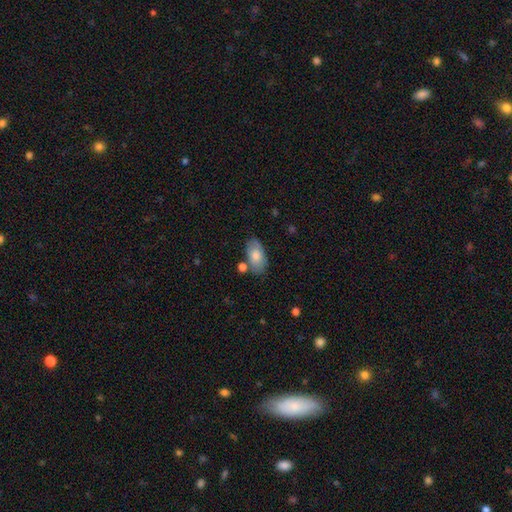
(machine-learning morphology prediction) Smooth or featured?
  - smooth: 78% *
  - featured or disk: 16%
  - star or artifact: 6%
How rounded?
  - in between: 94% *
  - round: 4%
  - cigar-shaped: 2%
Merging?
  - none: 71% *
  - minor disturbance: 16%
  - merger: 9%
  - major disturbance: 4%